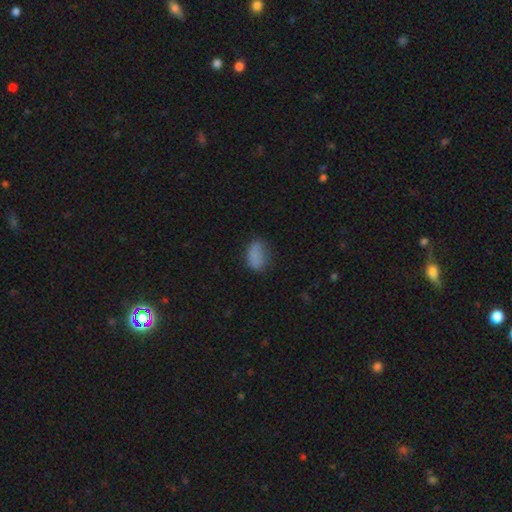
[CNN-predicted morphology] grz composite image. It shows a smooth galaxy with no disk features (81%) that is in between round and cigar-shaped (86%). Merging: none (62%).